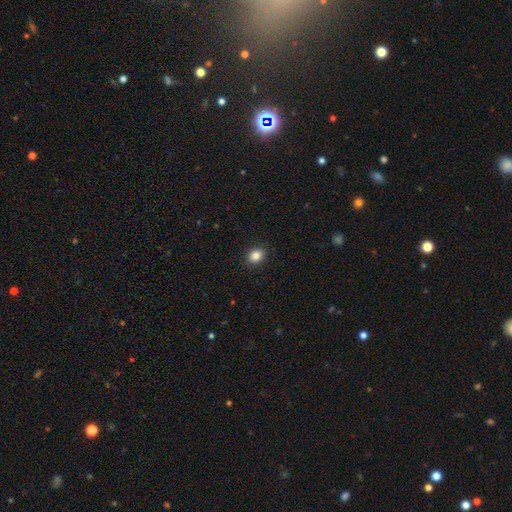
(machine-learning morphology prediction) The model was most divided on "how rounded": in between: 54%, round: 45%, cigar-shaped: 1%. More confident: merging — none (90%); smooth or featured — smooth (85%).